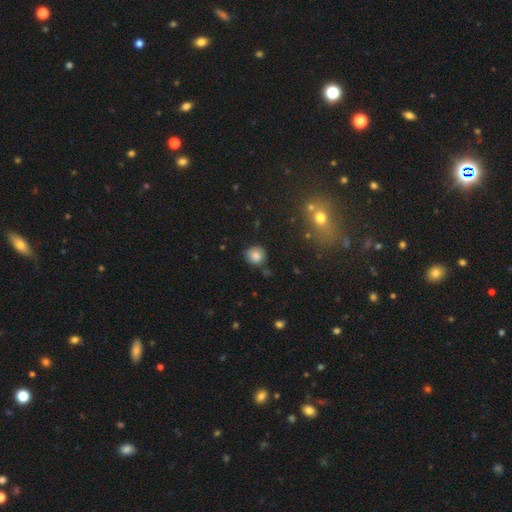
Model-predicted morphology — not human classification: type=smooth (83%); roundness=round (88%); merging=none (79%).